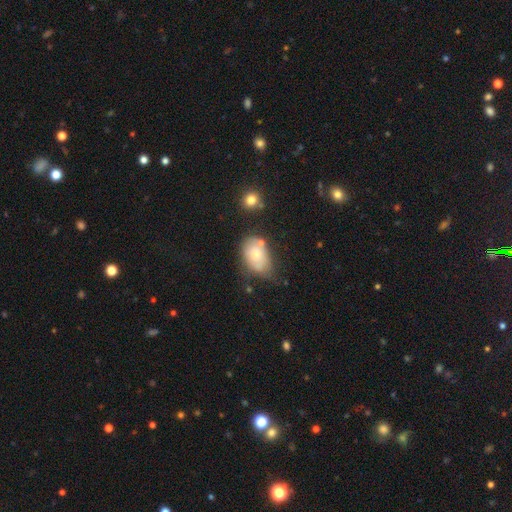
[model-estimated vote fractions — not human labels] This is likely a smooth galaxy (68%). How rounded: clearly in between (85%). Merging: marginally none (43%).